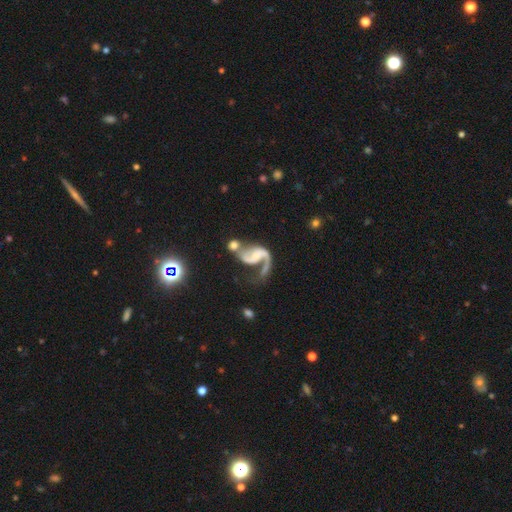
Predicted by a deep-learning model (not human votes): This appears to be a featured or disk galaxy (88%) with no bar (43%), 2 (79%) loose (58%) spiral arms (95%) and a small central bulge (44%). Merging: merger (35%).